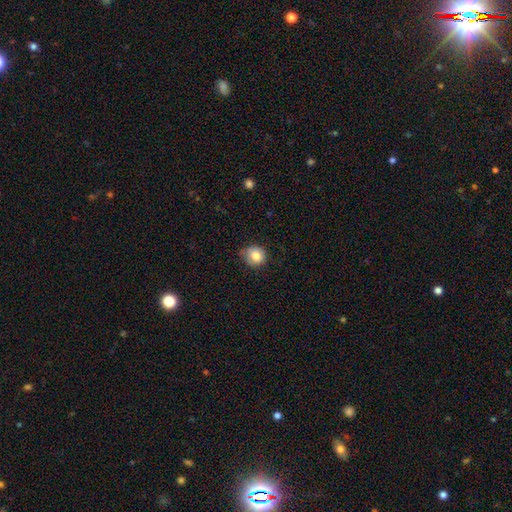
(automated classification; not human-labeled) Smooth or featured: smooth — 82% (star or artifact — 9%)
How rounded: round — 77% (in between — 23%)
Merging: none — 65% (minor disturbance — 27%)